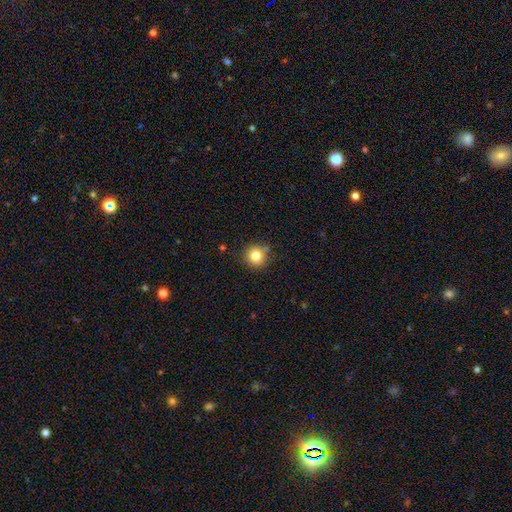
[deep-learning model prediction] The model was most divided on "smooth or featured": smooth: 82%, star or artifact: 11%, featured or disk: 7%. More confident: how rounded — round (93%); merging — none (83%).